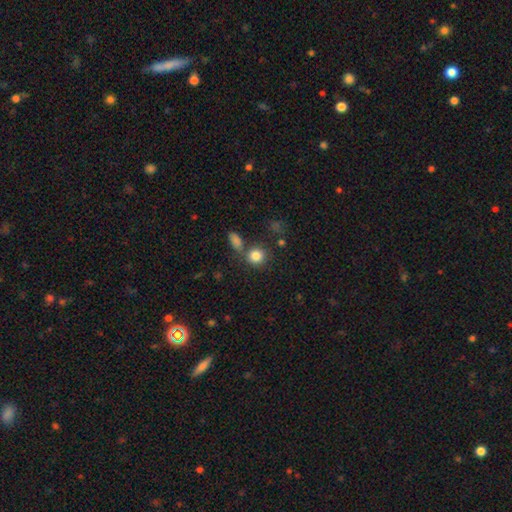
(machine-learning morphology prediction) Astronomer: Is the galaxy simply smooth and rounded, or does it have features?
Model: smooth — 83%.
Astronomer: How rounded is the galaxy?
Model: round — 83%.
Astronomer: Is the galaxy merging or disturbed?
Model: none — 69%.